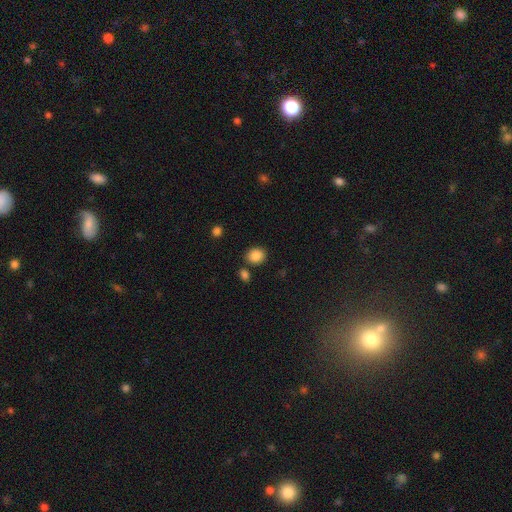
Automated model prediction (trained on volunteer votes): Smooth or featured?
  - smooth: 87% *
  - star or artifact: 9%
  - featured or disk: 4%
How rounded?
  - round: 60% *
  - in between: 40%
  - cigar-shaped: 1%
Merging?
  - none: 78% *
  - minor disturbance: 11%
  - merger: 8%
  - major disturbance: 3%